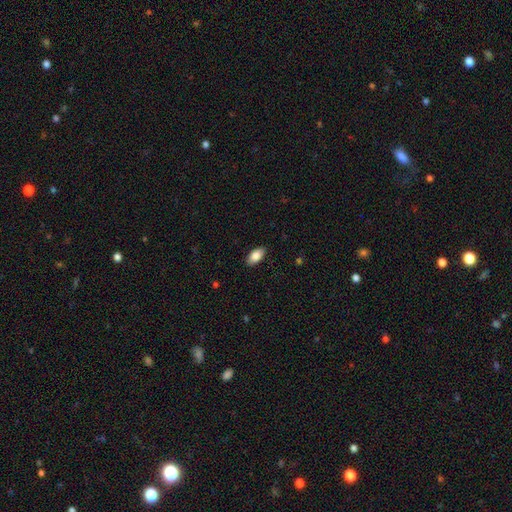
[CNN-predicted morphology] A smooth galaxy with no disk features (85%) that is in between round and cigar-shaped (93%).

Vote fractions:
- Smooth or featured? smooth: 85% / featured or disk: 9% / star or artifact: 7%
- How rounded? in between: 93% / cigar-shaped: 4% / round: 3%
- Merging? none: 89% / minor disturbance: 9% / major disturbance: 2% / merger: 1%